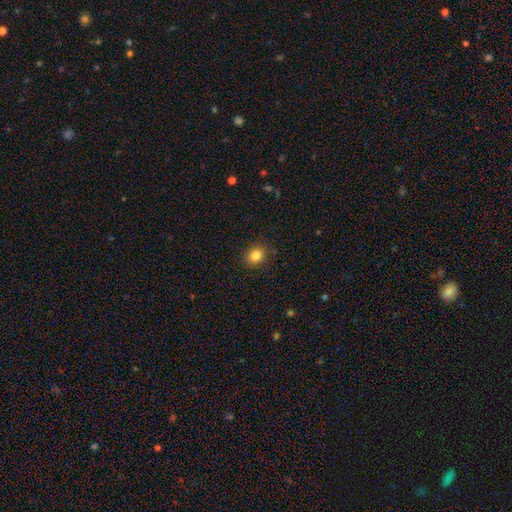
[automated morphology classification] This appears to be a smooth galaxy with no disk features (84%) that is round (68%). Merging: none (87%).